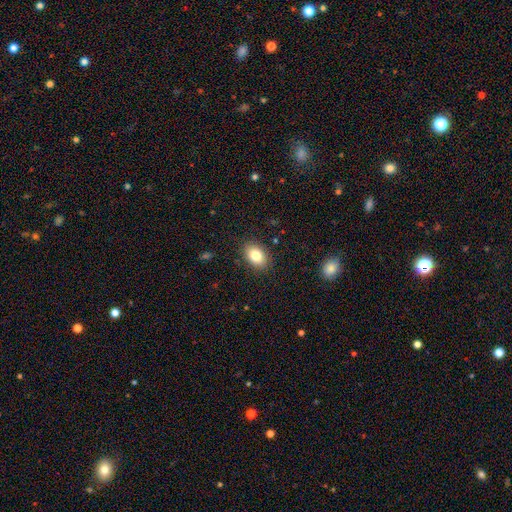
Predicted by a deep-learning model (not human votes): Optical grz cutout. It shows a smooth galaxy with no disk features (83%) that is in between round and cigar-shaped (82%). Merging: none (87%).